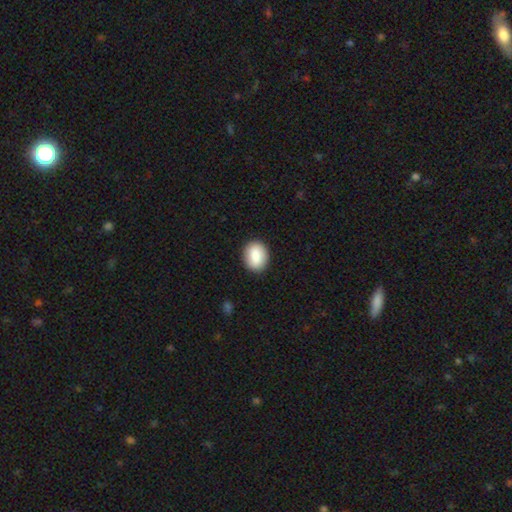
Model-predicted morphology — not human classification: Q: Smooth or featured?
A: smooth (87%); runner-up: featured or disk (7%)
Q: How rounded?
A: in between (62%); runner-up: round (37%)
Q: Merging?
A: none (88%); runner-up: minor disturbance (9%)